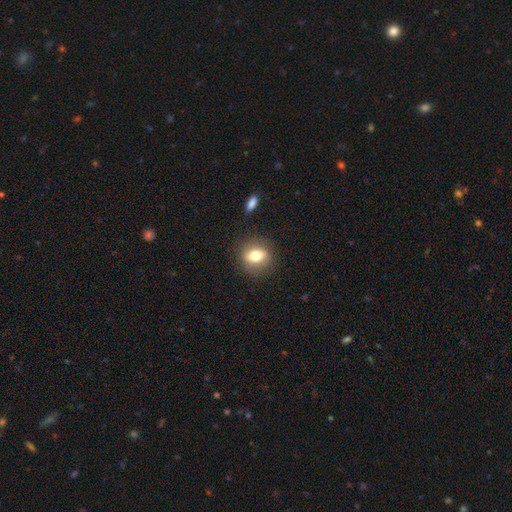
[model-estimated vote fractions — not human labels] Smooth or featured: smooth — 72% (featured or disk — 19%)
How rounded: round — 58% (in between — 40%)
Merging: none — 85% (minor disturbance — 10%)